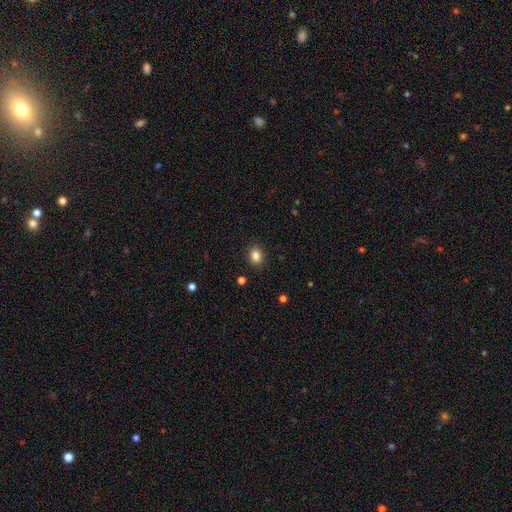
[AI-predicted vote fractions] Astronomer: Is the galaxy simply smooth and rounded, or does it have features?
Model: smooth — 85%.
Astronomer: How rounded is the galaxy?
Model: in between — 59% (runner-up: round, 40%).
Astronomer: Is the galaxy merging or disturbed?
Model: none — 88%.